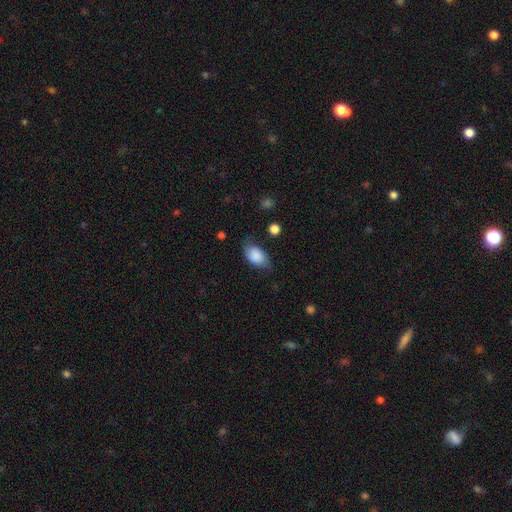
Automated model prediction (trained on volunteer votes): Q: Smooth or featured?
A: smooth (83%); runner-up: featured or disk (10%)
Q: How rounded?
A: in between (88%); runner-up: round (10%)
Q: Merging?
A: none (62%); runner-up: minor disturbance (28%)